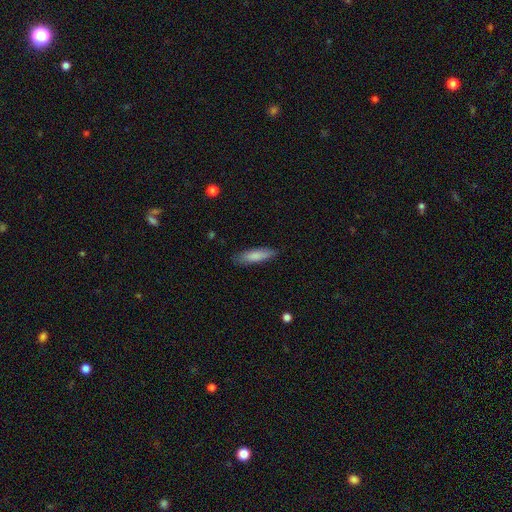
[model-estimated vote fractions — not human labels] This appears to be a smooth galaxy with no disk features (82%) that is cigar-shaped (67%). Merging: none (84%).